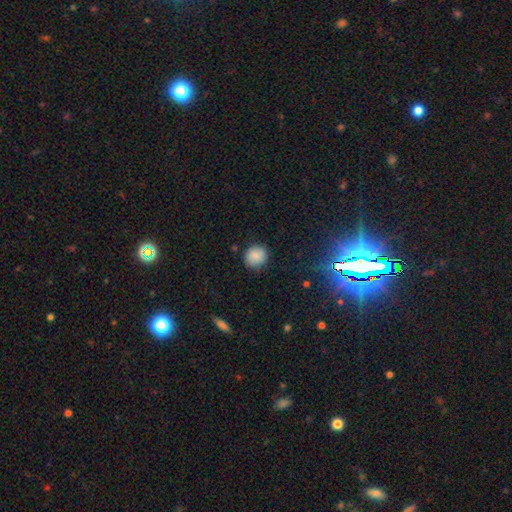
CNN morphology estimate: Smooth or featured? Predicted: smooth (p=0.82). How rounded? Predicted: round (p=0.83). Merging? Predicted: none (p=0.83).